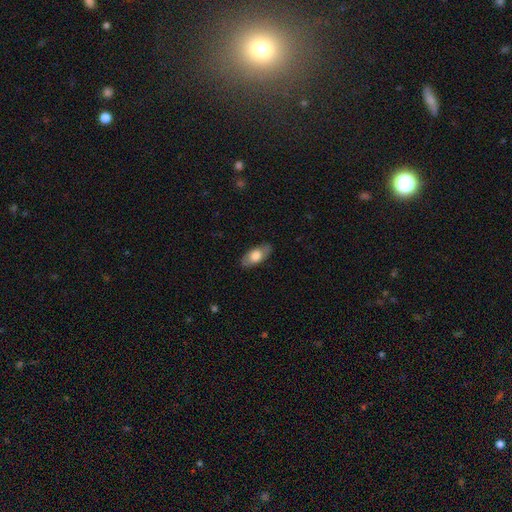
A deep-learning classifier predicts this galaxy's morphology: A smooth galaxy with no disk features (67%) that is in between round and cigar-shaped (91%). Merging: none (84%).